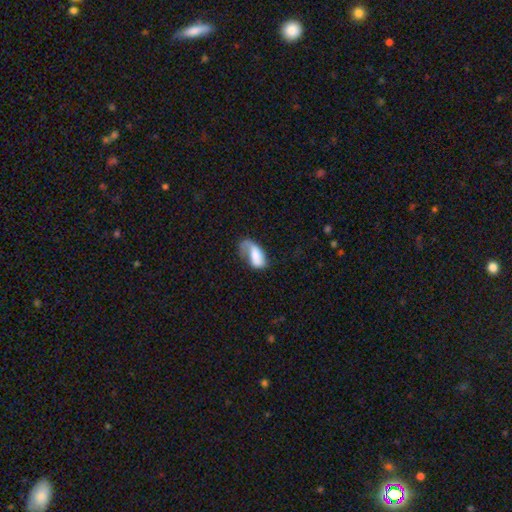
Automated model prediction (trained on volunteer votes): The model was most divided on "merging": major disturbance: 41%, none: 28%, minor disturbance: 27%, merger: 5%. More confident: how rounded — in between (91%); smooth or featured — smooth (57%).